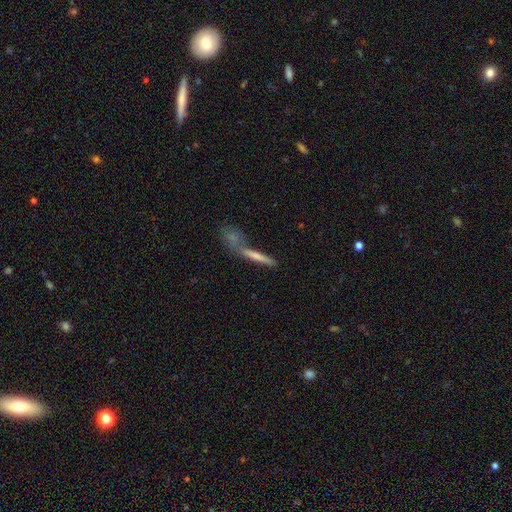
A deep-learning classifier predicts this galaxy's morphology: Smooth or featured: smooth — 42% (featured or disk — 38%)
Merging: none — 41% (merger — 40%)